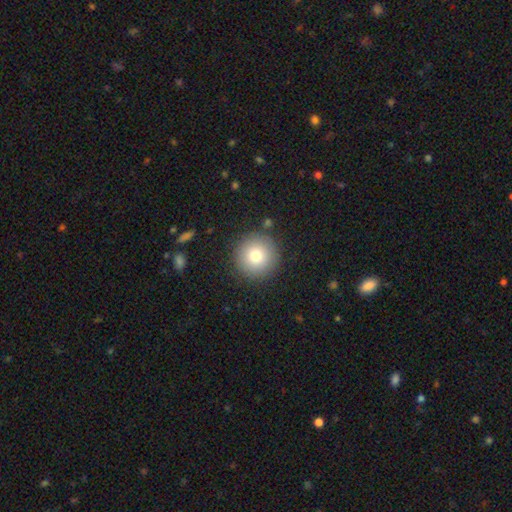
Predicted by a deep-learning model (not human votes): A smooth galaxy with no disk features (78%) that is round (96%). Merging: none (89%).